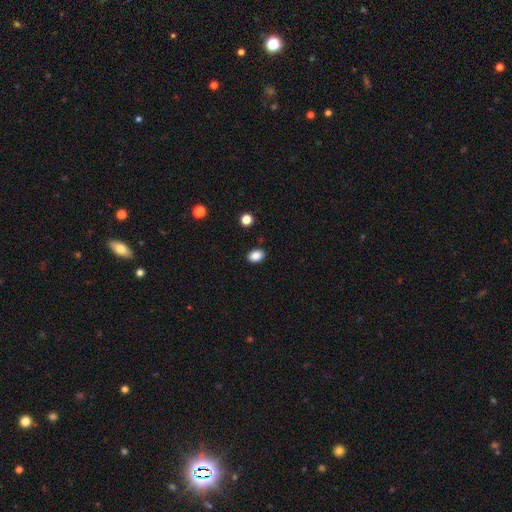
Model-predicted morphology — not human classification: smooth-or-featured: smooth: 86% | star or artifact: 9% | featured or disk: 4%
  how-rounded: in between: 79% | round: 20% | cigar-shaped: 1%
  merging: none: 88% | minor disturbance: 8% | major disturbance: 2% | merger: 2%